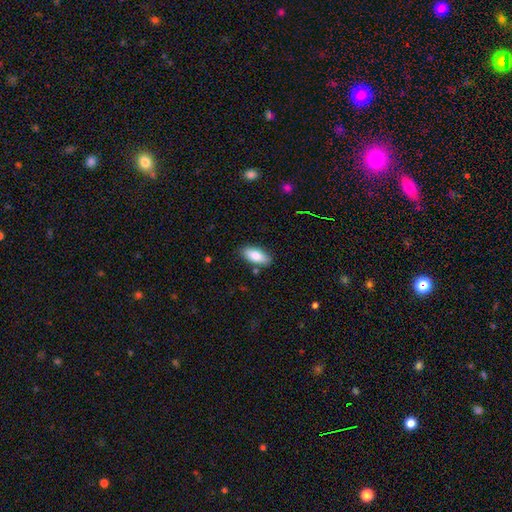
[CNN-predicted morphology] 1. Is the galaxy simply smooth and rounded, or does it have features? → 80% smooth, 13% featured or disk, 7% star or artifact.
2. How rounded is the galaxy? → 87% in between, 11% cigar-shaped, 2% round.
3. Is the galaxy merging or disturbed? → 85% none, 10% minor disturbance, 3% merger, 2% major disturbance.